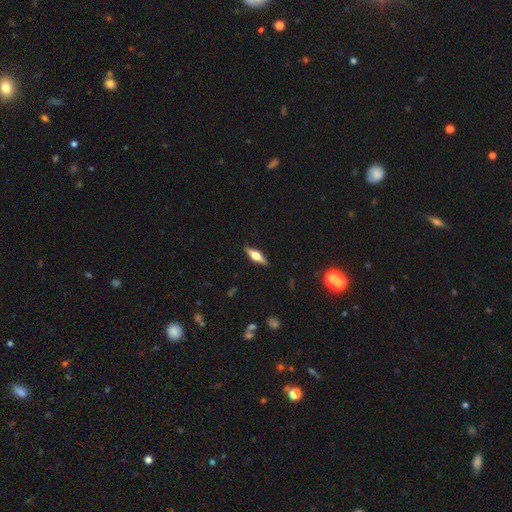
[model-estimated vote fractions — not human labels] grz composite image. It shows a featured or disk galaxy (64%) viewed edge-on (96%) with a rounded central bulge (93%). Merging: none (89%).